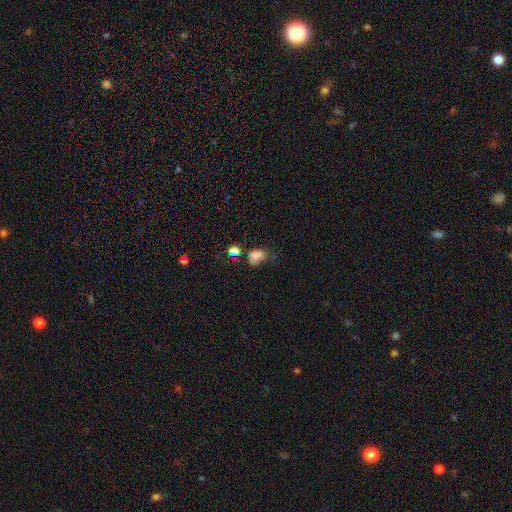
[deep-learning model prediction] smooth 77%, star or artifact 14%, featured or disk 9%. Down the decision tree: how rounded — in between (72%); merging — none (35%).